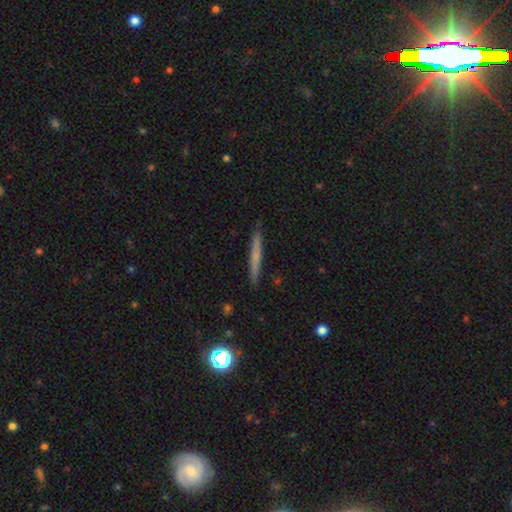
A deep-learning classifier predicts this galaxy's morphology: smooth 58%, featured or disk 35%, star or artifact 7%. Down the decision tree: how rounded — cigar-shaped (96%); merging — none (90%).